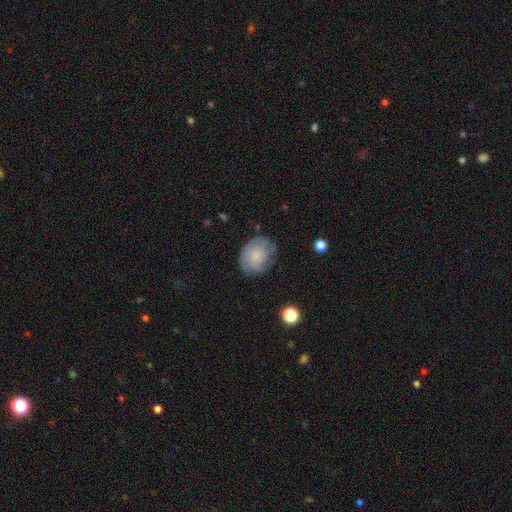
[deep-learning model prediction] Morphology: type=smooth (71%); roundness=in between (50%); merging=none (60%).